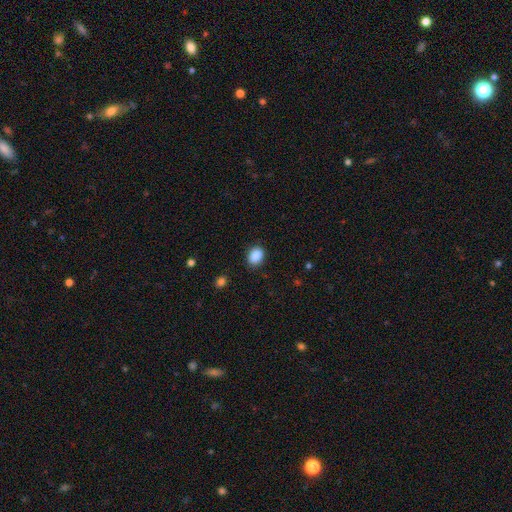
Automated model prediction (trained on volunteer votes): A smooth galaxy with no disk features (89%) that is in between round and cigar-shaped (67%).

Vote fractions:
- Smooth or featured? smooth: 89% / star or artifact: 8% / featured or disk: 3%
- How rounded? in between: 67% / round: 32% / cigar-shaped: 1%
- Merging? none: 87% / minor disturbance: 10% / major disturbance: 2% / merger: 1%